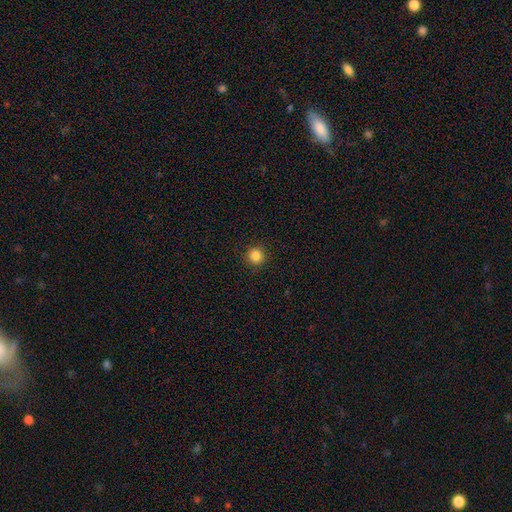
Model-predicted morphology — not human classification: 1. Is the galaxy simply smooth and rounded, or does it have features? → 85% smooth, 11% star or artifact, 3% featured or disk.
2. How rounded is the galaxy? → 95% round, 4% in between, 1% cigar-shaped.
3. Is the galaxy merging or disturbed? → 92% none, 5% minor disturbance, 2% major disturbance, 1% merger.